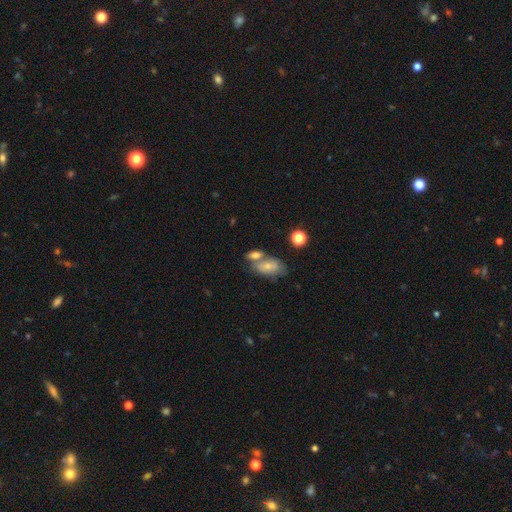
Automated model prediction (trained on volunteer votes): Morphology: type=smooth (71%); roundness=in between (81%); merging=merger (43%).